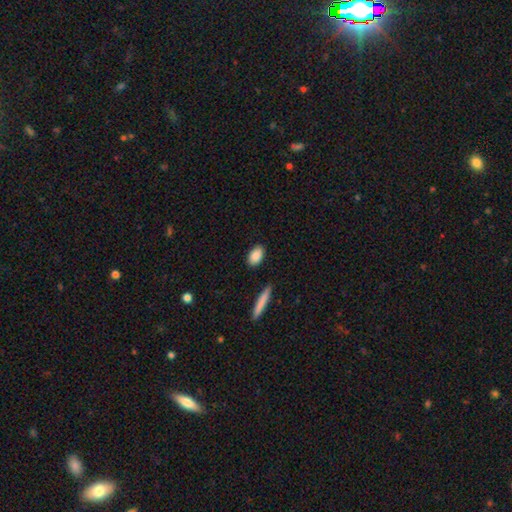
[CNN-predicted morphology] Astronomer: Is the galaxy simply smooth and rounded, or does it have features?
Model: smooth — 88%.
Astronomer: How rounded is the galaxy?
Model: in between — 88%.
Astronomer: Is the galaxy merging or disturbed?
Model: none — 87%.